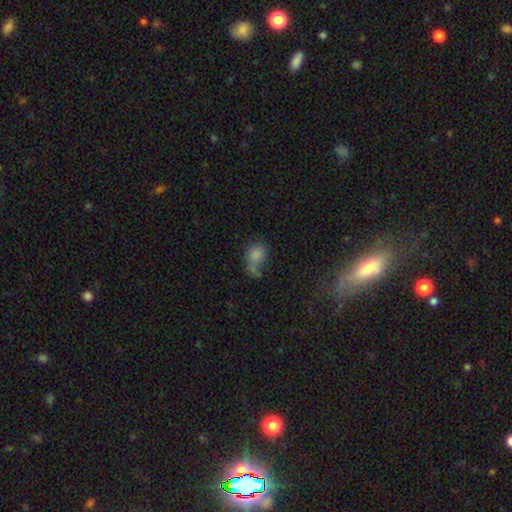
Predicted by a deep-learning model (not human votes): smooth_or_featured: smooth (p=0.72) [alt: featured or disk p=0.15]
how_rounded: in between (p=0.65) [alt: round p=0.33]
merging: none (p=0.32) [alt: major disturbance p=0.26]